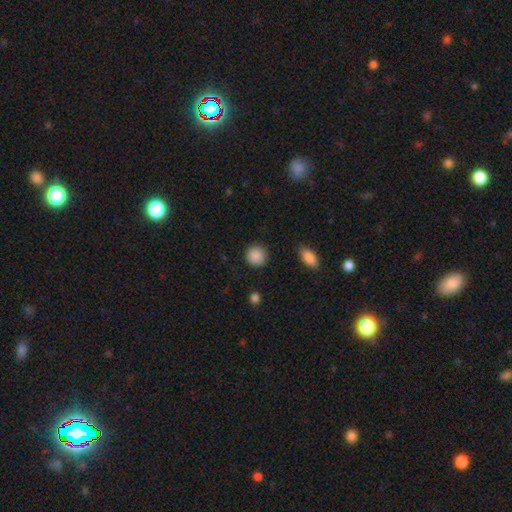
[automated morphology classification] This is clearly a smooth galaxy (89%). How rounded: clearly round (92%). Merging: clearly none (90%).